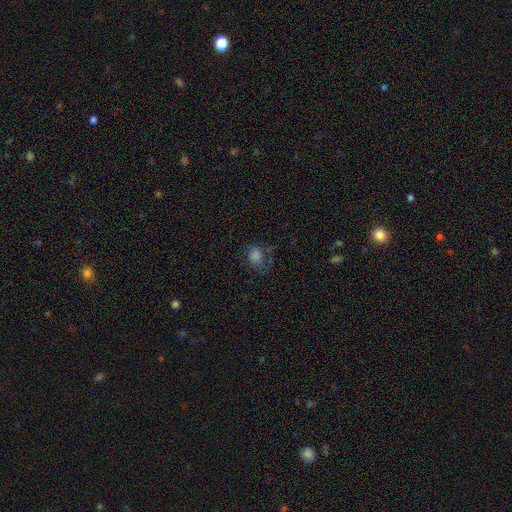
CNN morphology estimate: Smooth or featured: smooth — 63% (star or artifact — 21%)
How rounded: round — 55% (in between — 43%)
Merging: none — 53% (minor disturbance — 22%)